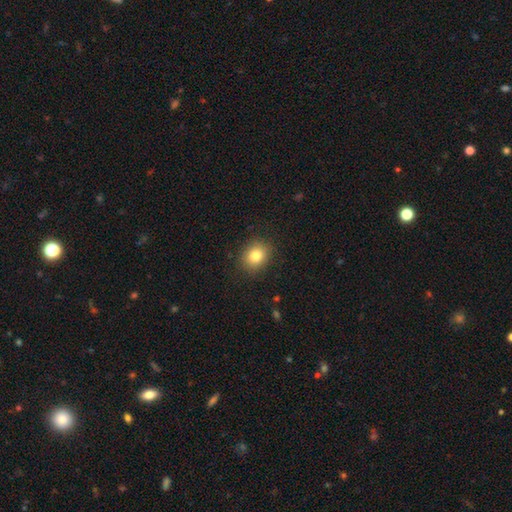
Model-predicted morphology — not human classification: Smooth or featured: smooth — 81% (star or artifact — 11%)
How rounded: round — 62% (in between — 37%)
Merging: none — 88% (minor disturbance — 8%)